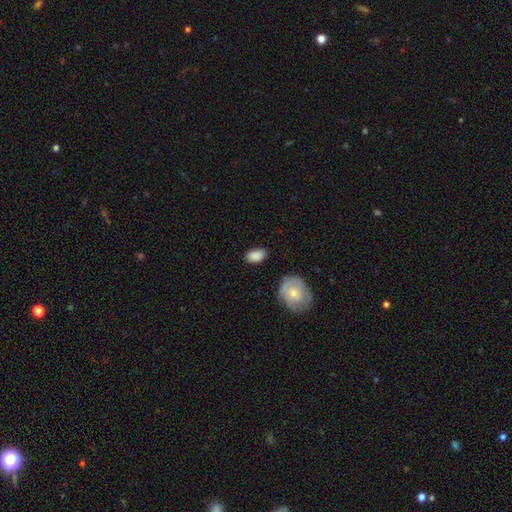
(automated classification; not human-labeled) smooth 87%, star or artifact 7%, featured or disk 6%. Down the decision tree: how rounded — in between (90%); merging — none (80%).